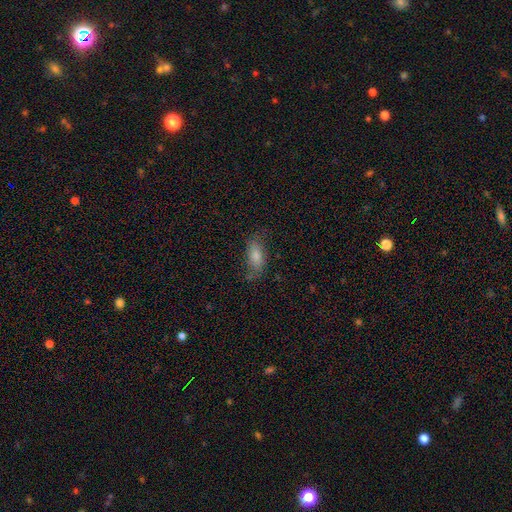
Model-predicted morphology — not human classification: A smooth galaxy with no disk features (63%) that is in between round and cigar-shaped (79%).

Vote fractions:
- Smooth or featured? smooth: 63% / featured or disk: 25% / star or artifact: 12%
- How rounded? in between: 79% / cigar-shaped: 16% / round: 5%
- Merging? none: 67% / minor disturbance: 22% / major disturbance: 9% / merger: 2%